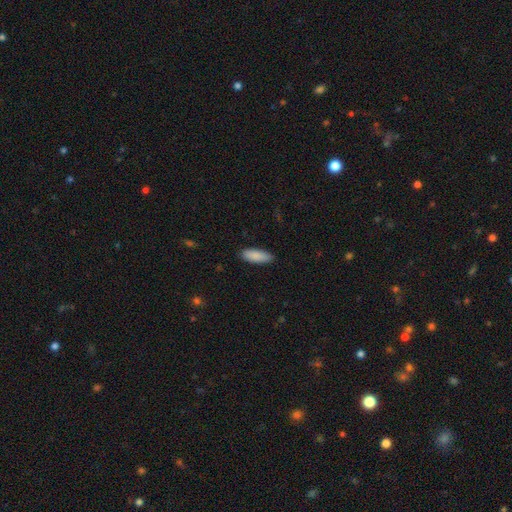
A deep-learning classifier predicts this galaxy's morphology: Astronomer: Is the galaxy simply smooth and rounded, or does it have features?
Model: smooth — 89%.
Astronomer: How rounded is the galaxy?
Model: in between — 69%.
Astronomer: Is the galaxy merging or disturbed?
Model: none — 88%.